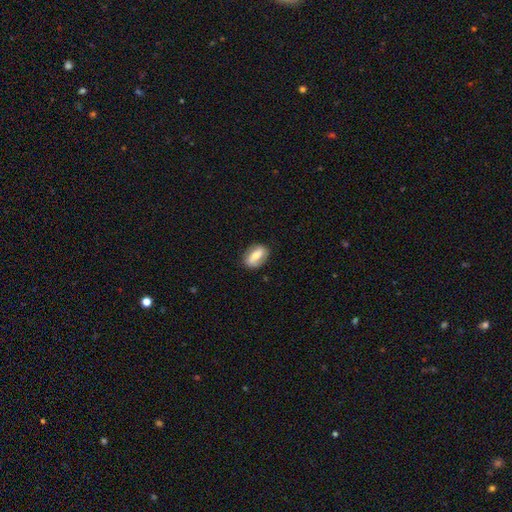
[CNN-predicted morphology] Smooth or featured: smooth — 56% (featured or disk — 37%)
How rounded: in between — 84% (round — 10%)
Merging: none — 80% (minor disturbance — 15%)